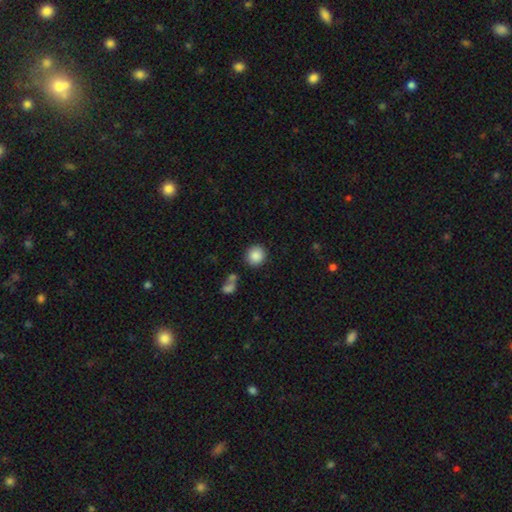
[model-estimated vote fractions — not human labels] smooth-or-featured: smooth: 87% | star or artifact: 9% | featured or disk: 4%
  how-rounded: round: 88% | in between: 11% | cigar-shaped: 1%
  merging: none: 84% | minor disturbance: 8% | merger: 5% | major disturbance: 3%